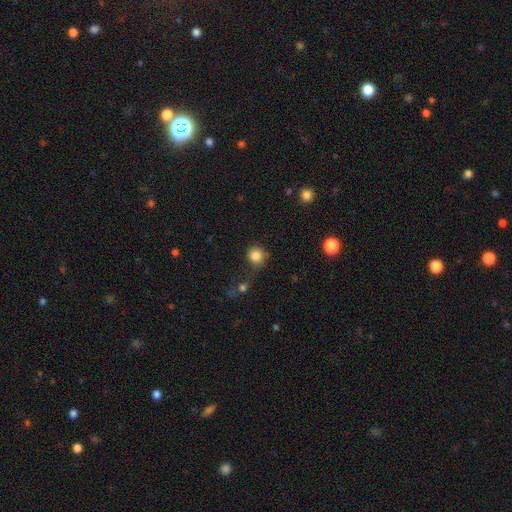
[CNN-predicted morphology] A smooth galaxy with no disk features (84%) that is round (90%). Merging: none (61%).